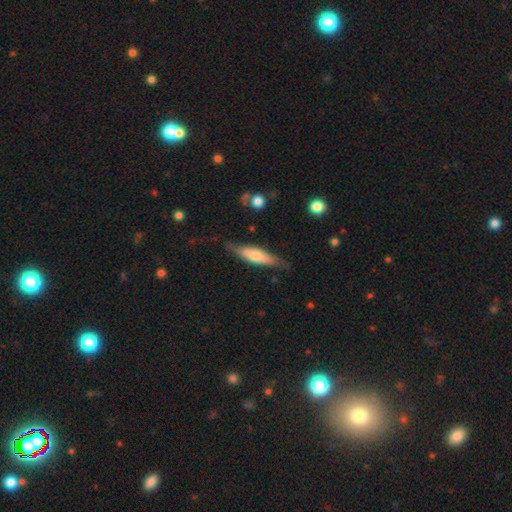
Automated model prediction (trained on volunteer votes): This appears to be a smooth galaxy with no disk features (55%) that is cigar-shaped (62%). Merging: none (71%).